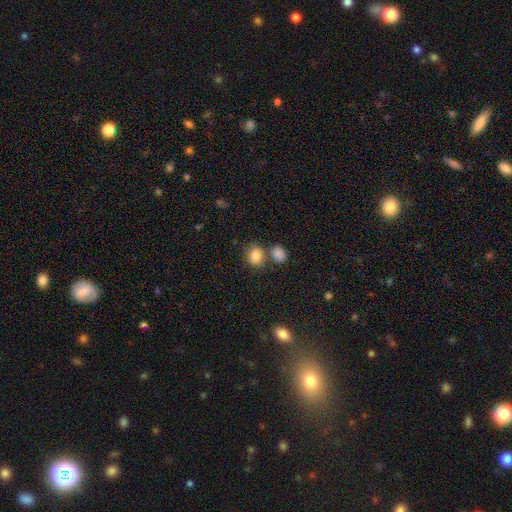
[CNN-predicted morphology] smooth_or_featured: smooth (p=0.84) [alt: star or artifact p=0.10]
how_rounded: round (p=0.56) [alt: in between p=0.42]
merging: none (p=0.61) [alt: merger p=0.23]